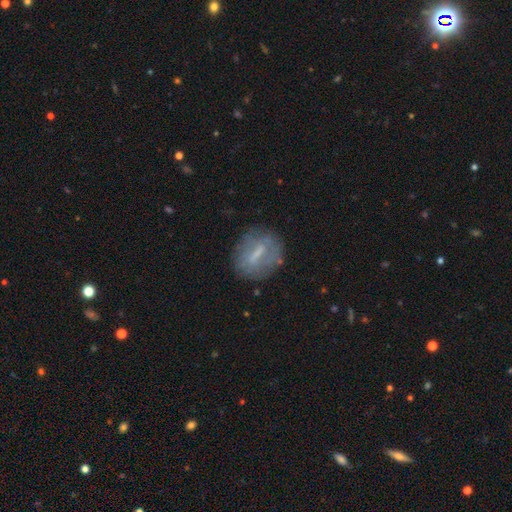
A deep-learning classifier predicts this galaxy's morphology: Smooth or featured?
  - featured or disk: 50% *
  - smooth: 40%
  - star or artifact: 9%
Edge-on disk?
  - no: 89% *
  - yes: 11%
Merging?
  - none: 73% *
  - minor disturbance: 17%
  - major disturbance: 8%
  - merger: 2%